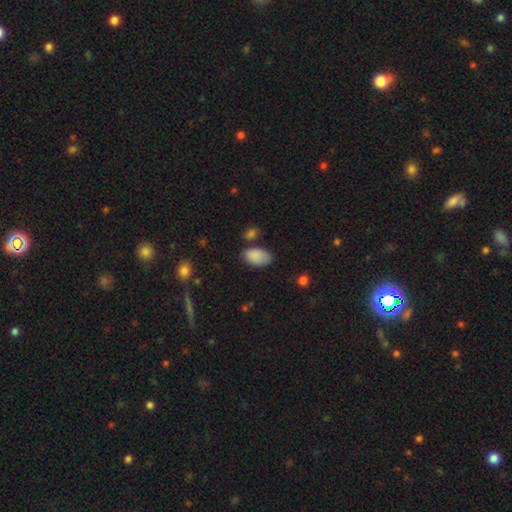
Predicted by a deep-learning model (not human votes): Morphology: type=smooth (87%); roundness=in between (94%); merging=none (65%).